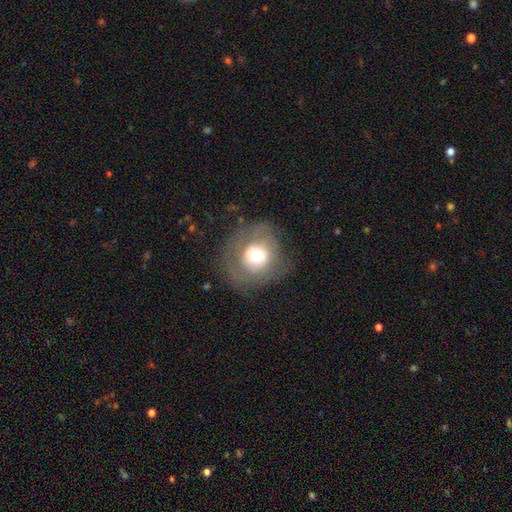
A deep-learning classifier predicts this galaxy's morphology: A smooth galaxy with no disk features (55%) that is round (84%).

Vote fractions:
- Smooth or featured? smooth: 55% / featured or disk: 34% / star or artifact: 11%
- How rounded? round: 84% / in between: 15% / cigar-shaped: 1%
- Merging? none: 68% / minor disturbance: 17% / major disturbance: 14% / merger: 2%